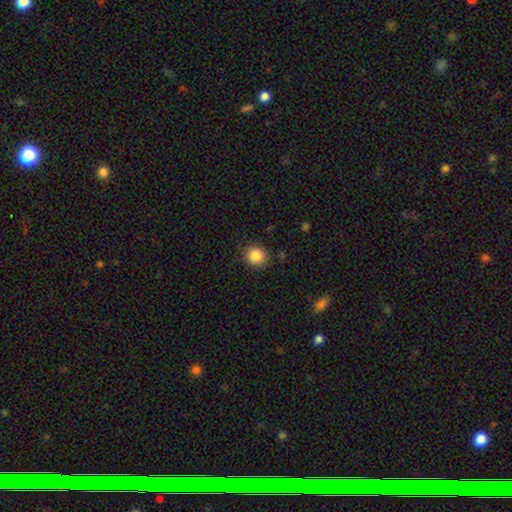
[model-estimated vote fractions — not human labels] Smooth or featured: smooth — 86% (star or artifact — 10%)
How rounded: round — 86% (in between — 13%)
Merging: none — 87% (minor disturbance — 9%)